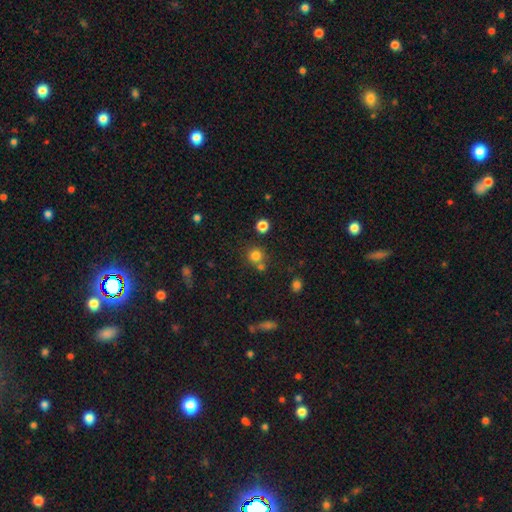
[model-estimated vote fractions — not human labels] A smooth galaxy with no disk features (78%) that is round (90%).

Vote fractions:
- Smooth or featured? smooth: 78% / star or artifact: 15% / featured or disk: 6%
- How rounded? round: 90% / in between: 9% / cigar-shaped: 1%
- Merging? none: 65% / merger: 22% / minor disturbance: 9% / major disturbance: 4%